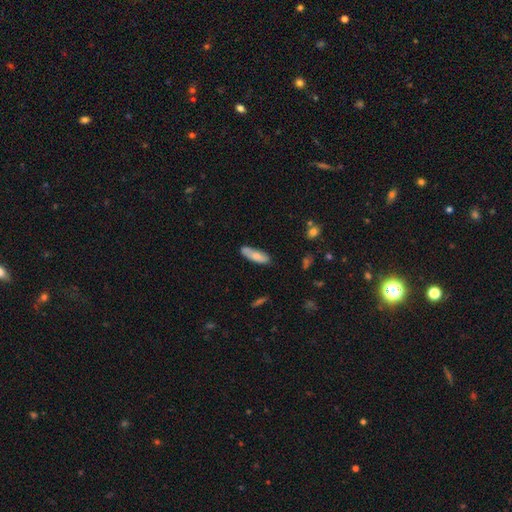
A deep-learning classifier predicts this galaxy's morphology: This is likely a smooth galaxy (73%). How rounded: possibly in between (54%). Merging: likely none (75%).